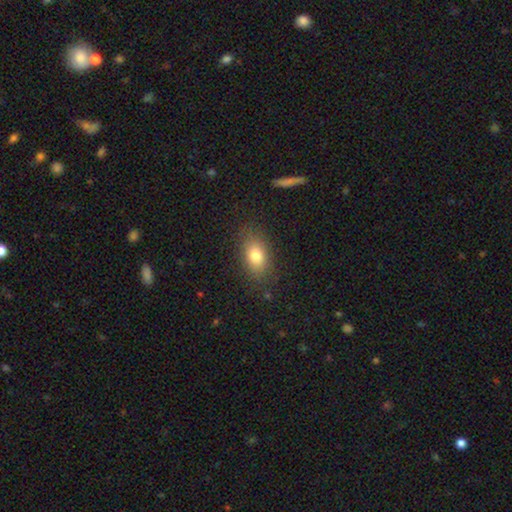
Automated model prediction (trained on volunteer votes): This is likely a smooth galaxy (79%). How rounded: clearly in between (84%). Merging: clearly none (83%).